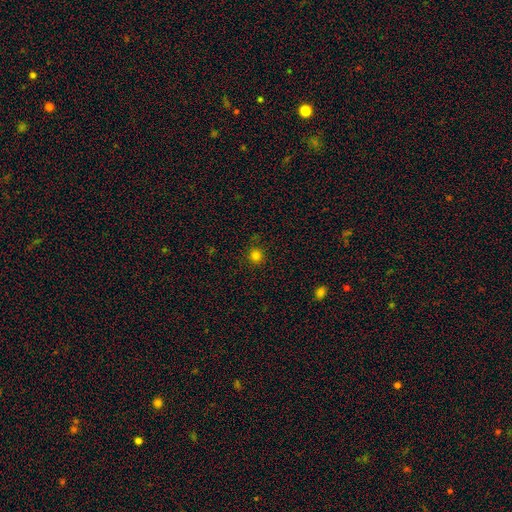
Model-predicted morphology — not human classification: type=smooth (80%); roundness=round (94%); merging=none (89%).